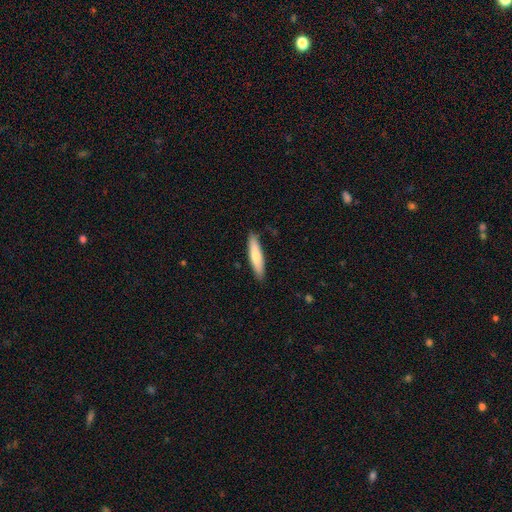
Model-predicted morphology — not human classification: Smooth or featured: smooth — 74% (featured or disk — 21%)
How rounded: cigar-shaped — 79% (in between — 19%)
Merging: none — 88% (minor disturbance — 9%)